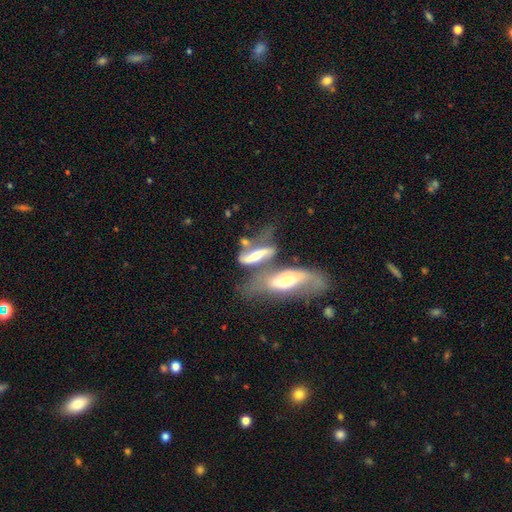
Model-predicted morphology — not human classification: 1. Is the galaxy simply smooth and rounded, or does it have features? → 62% featured or disk, 31% smooth, 7% star or artifact.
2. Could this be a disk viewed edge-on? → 62% no, 38% yes.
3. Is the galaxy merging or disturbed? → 55% merger, 20% none, 14% major disturbance, 11% minor disturbance.